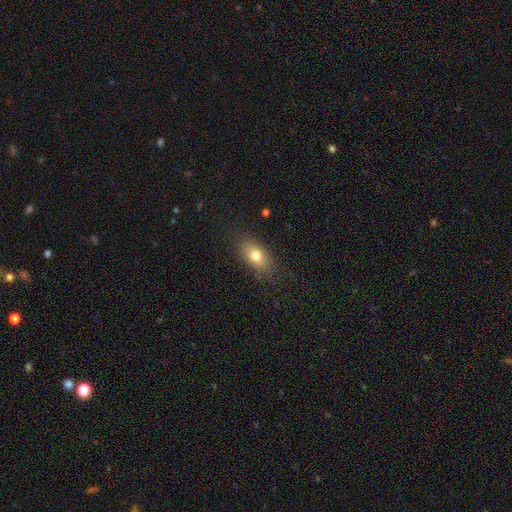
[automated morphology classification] A smooth galaxy with no disk features (77%) that is in between round and cigar-shaped (85%).

Vote fractions:
- Smooth or featured? smooth: 77% / featured or disk: 14% / star or artifact: 9%
- How rounded? in between: 85% / round: 10% / cigar-shaped: 6%
- Merging? none: 81% / minor disturbance: 13% / major disturbance: 4% / merger: 1%